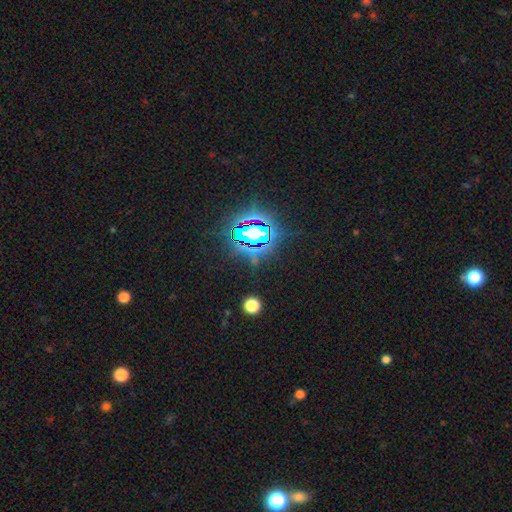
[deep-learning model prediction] Smooth or featured? Predicted: star or artifact (p=0.82).